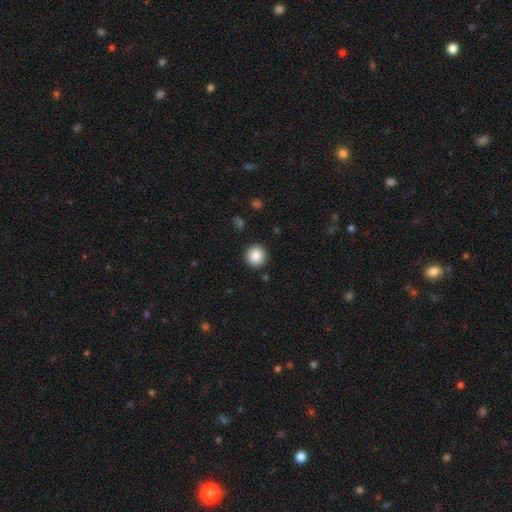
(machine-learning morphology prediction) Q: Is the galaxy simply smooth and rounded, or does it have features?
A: smooth — 87%.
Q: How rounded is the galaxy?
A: round — 93%.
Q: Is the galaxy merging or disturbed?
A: none — 91%.